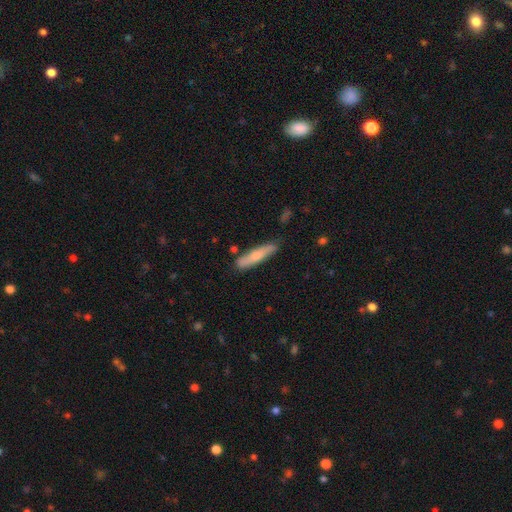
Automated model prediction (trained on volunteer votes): Morphology: type=smooth (67%); roundness=cigar-shaped (84%); merging=none (81%).